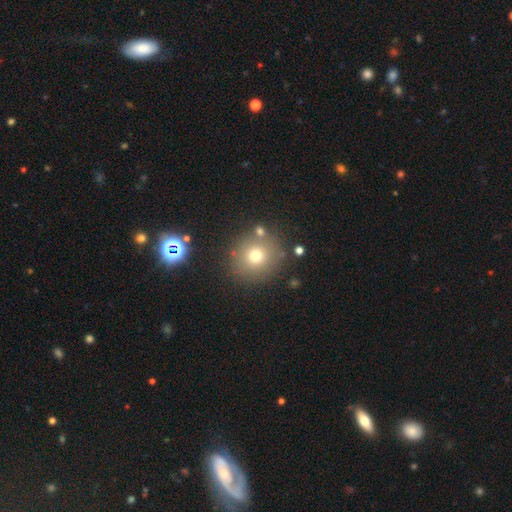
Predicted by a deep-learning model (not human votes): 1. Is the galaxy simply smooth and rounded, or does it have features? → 71% smooth, 16% star or artifact, 13% featured or disk.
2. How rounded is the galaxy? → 91% round, 8% in between, 1% cigar-shaped.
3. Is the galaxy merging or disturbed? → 81% none, 9% minor disturbance, 6% merger, 4% major disturbance.